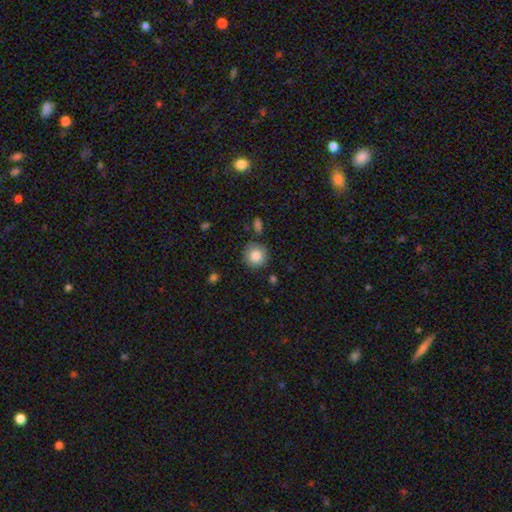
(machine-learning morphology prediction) Smooth or featured?
  - smooth: 83% *
  - star or artifact: 9%
  - featured or disk: 8%
How rounded?
  - round: 93% *
  - in between: 6%
  - cigar-shaped: 1%
Merging?
  - none: 82% *
  - minor disturbance: 12%
  - merger: 3%
  - major disturbance: 3%